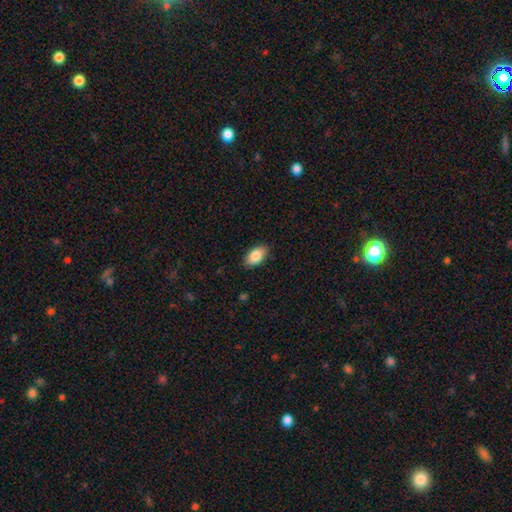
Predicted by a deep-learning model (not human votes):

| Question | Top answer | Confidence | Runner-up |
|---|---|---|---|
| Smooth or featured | smooth | 86% | featured or disk (7%) |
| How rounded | in between | 94% | round (4%) |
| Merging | none | 88% | minor disturbance (9%) |